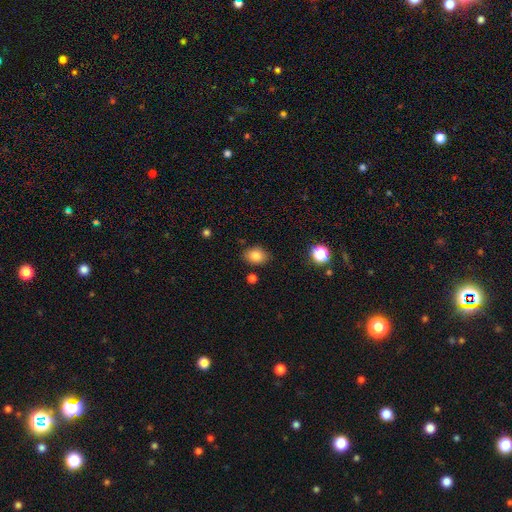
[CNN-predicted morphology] Overall: smooth (82%). How rounded: in between (66%; round 33%). Merging: none (82%).